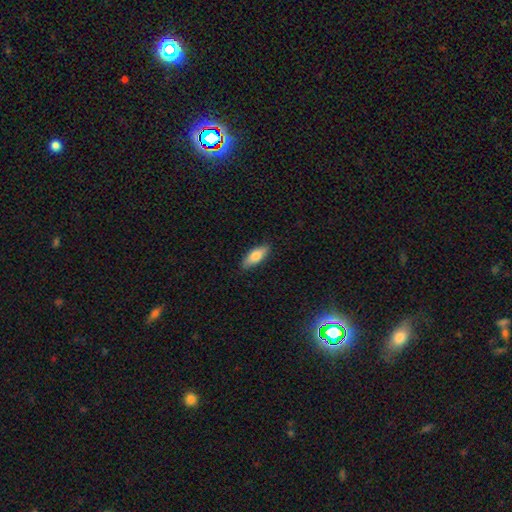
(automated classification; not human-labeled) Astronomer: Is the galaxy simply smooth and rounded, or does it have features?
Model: smooth — 78%.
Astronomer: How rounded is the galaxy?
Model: in between — 69%.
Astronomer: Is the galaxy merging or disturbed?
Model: none — 86%.